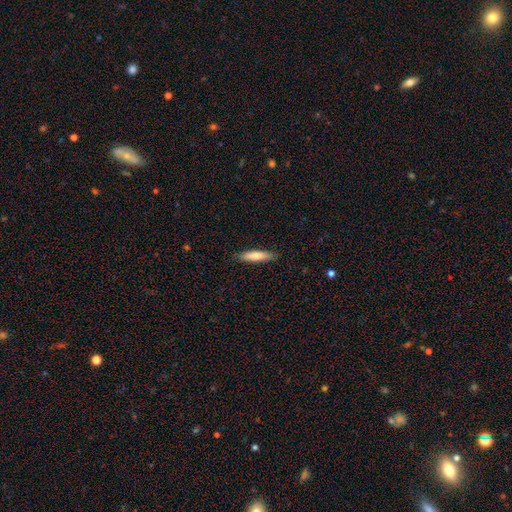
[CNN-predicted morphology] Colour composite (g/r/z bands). It shows a smooth galaxy with no disk features (77%) that is cigar-shaped (83%). Merging: none (88%).